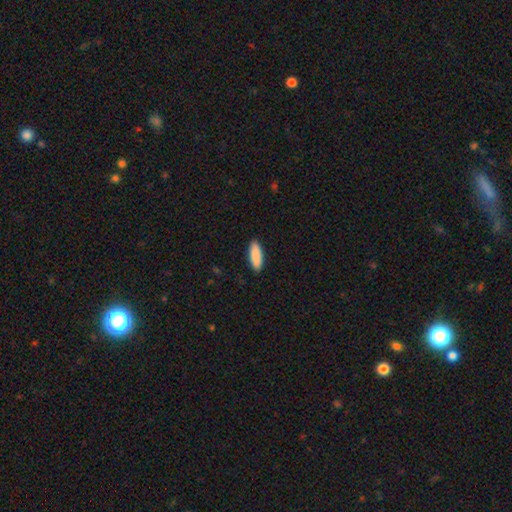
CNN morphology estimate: The model was most divided on "how rounded": in between: 62%, cigar-shaped: 37%, round: 2%. More confident: merging — none (91%); smooth or featured — smooth (90%).